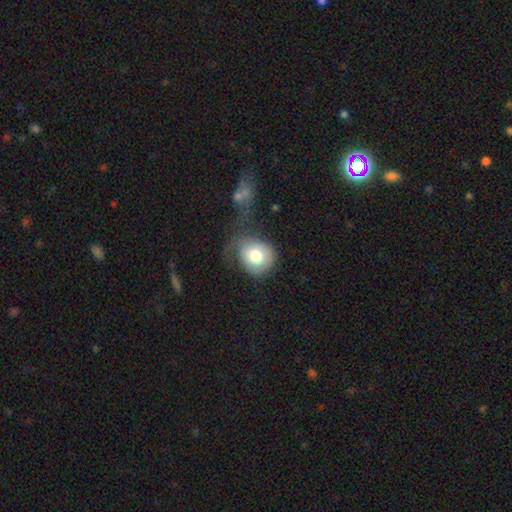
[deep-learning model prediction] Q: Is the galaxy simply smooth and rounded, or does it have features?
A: smooth — 74%.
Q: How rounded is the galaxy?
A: round — 75%.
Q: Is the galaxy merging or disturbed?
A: none — 35%.